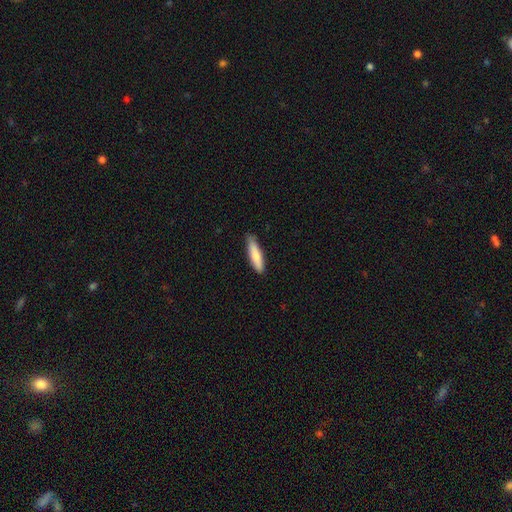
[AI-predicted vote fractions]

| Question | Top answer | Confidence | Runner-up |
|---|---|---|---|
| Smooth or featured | smooth | 79% | featured or disk (16%) |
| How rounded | cigar-shaped | 75% | in between (24%) |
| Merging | none | 80% | minor disturbance (16%) |